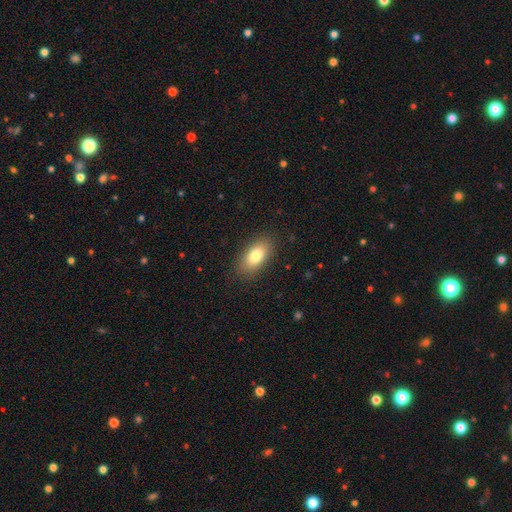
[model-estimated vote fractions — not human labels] This is likely a smooth galaxy (79%). How rounded: clearly in between (90%). Merging: clearly none (87%).